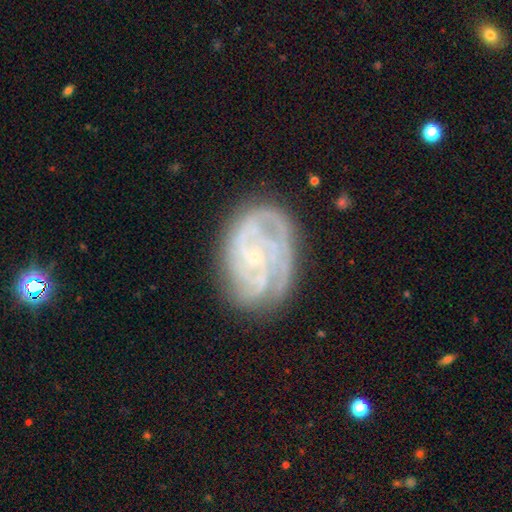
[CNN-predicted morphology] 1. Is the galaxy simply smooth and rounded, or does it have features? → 83% featured or disk, 10% smooth, 7% star or artifact.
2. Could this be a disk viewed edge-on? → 97% no, 3% yes.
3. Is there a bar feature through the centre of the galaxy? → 67% no, 27% weak, 6% strong.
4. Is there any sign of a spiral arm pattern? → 95% yes, 5% no.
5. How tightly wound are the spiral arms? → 65% tight, 28% medium, 6% loose.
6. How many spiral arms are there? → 29% 3, 26% can't tell, 18% 4, 14% 2, 7% more than 4, 6% 1.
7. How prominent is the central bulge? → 74% small, 13% moderate, 10% none, 1% large, 1% dominant.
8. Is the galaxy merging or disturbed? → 70% none, 20% minor disturbance, 9% major disturbance, 2% merger.